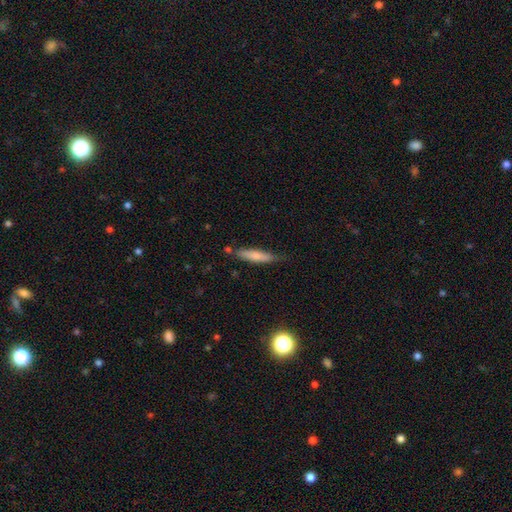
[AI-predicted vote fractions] Smooth or featured? smooth (72%)
How rounded? cigar-shaped (83%)
Merging? none (71%)